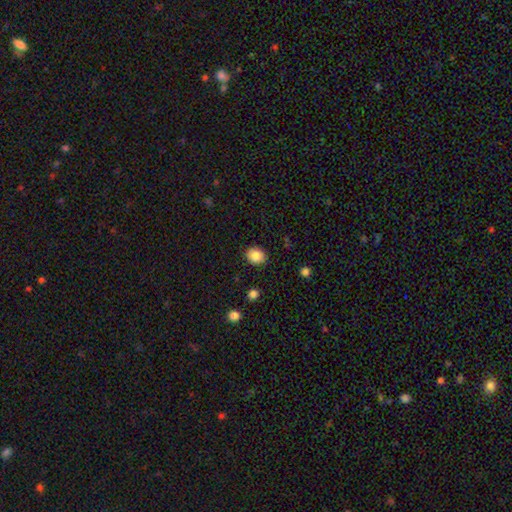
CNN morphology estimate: A smooth galaxy with no disk features (85%) that is round (60%). Merging: none (89%).